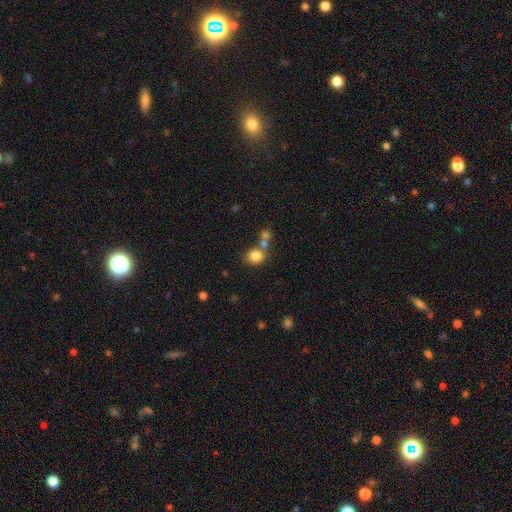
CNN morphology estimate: smooth-or-featured: smooth: 82% | star or artifact: 11% | featured or disk: 7%
  how-rounded: round: 75% | in between: 24% | cigar-shaped: 1%
  merging: none: 58% | merger: 27% | minor disturbance: 10% | major disturbance: 4%